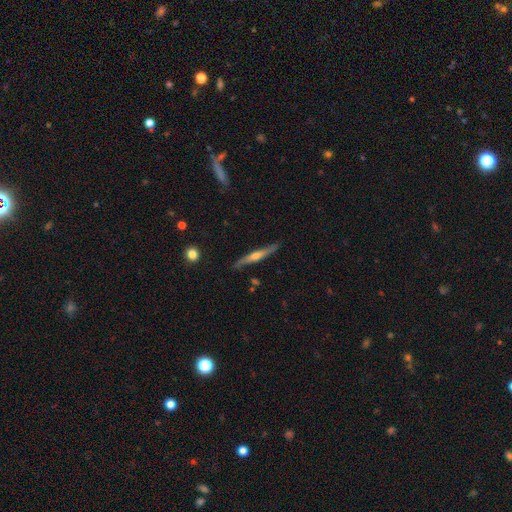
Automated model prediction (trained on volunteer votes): This is likely a featured or disk galaxy (68%). It is clearly viewed edge-on (95%). Edge-on bulge: likely rounded (79%). Merging: clearly none (84%).